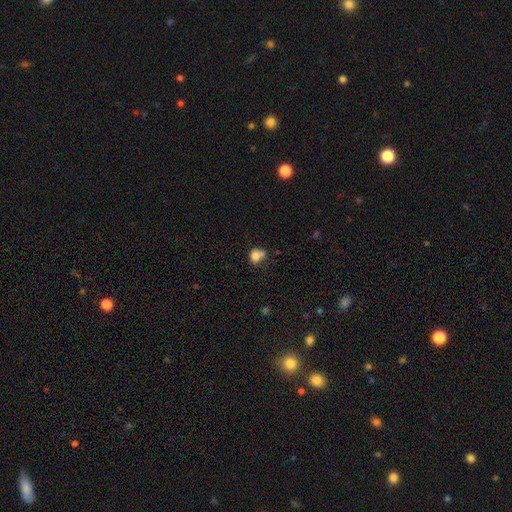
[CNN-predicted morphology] smooth 75%, featured or disk 14%, star or artifact 11%. Down the decision tree: how rounded — round (57%); merging — none (35%).